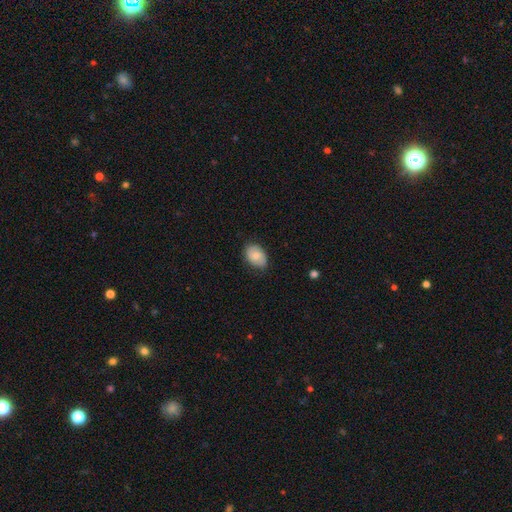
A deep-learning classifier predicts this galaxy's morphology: This appears to be a smooth galaxy with no disk features (75%) that is in between round and cigar-shaped (83%). Merging: none (76%).